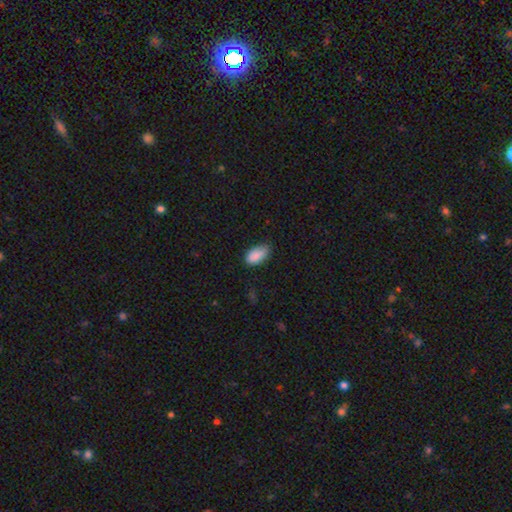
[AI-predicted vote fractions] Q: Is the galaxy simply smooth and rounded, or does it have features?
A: smooth — 88%.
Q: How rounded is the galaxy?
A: in between — 93%.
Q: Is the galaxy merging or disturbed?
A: none — 65%.